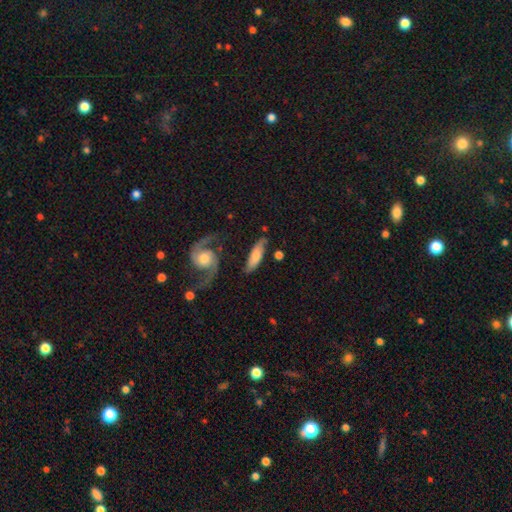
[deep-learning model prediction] smooth-or-featured: smooth: 47% (tied) | featured or disk: 47% (tied) | star or artifact: 6%
  merging: none: 70% | minor disturbance: 17% | major disturbance: 6% | merger: 6%